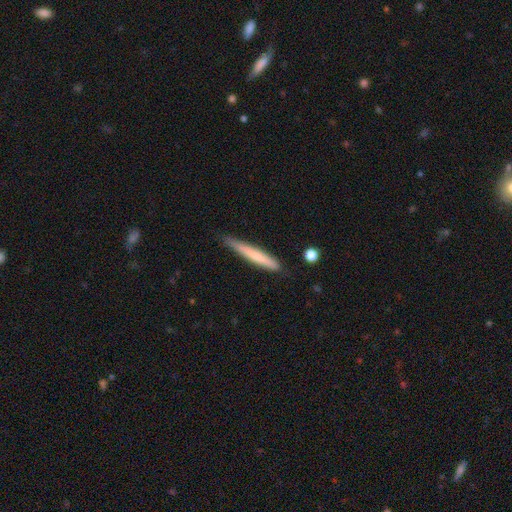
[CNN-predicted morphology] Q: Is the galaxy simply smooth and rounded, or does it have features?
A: smooth — 65%.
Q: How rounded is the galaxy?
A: cigar-shaped — 96%.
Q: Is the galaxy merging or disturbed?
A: none — 79%.